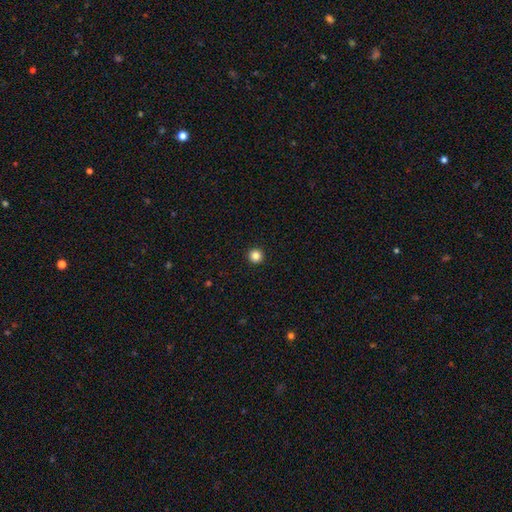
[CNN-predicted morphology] Smooth or featured: smooth — 84% (star or artifact — 12%)
How rounded: round — 96% (in between — 3%)
Merging: none — 94% (minor disturbance — 3%)